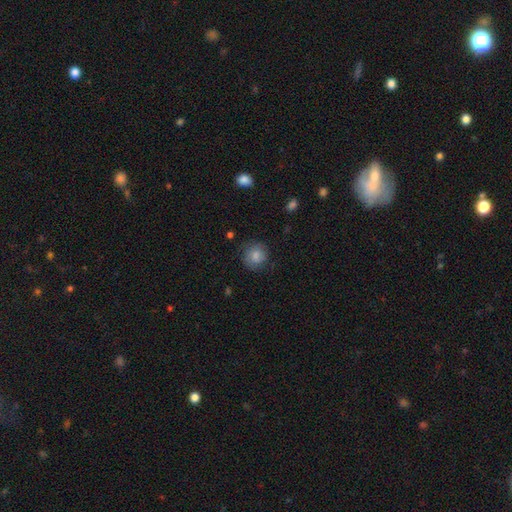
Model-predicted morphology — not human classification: Smooth or featured: smooth — 77% (featured or disk — 15%)
How rounded: round — 84% (in between — 16%)
Merging: none — 74% (minor disturbance — 19%)